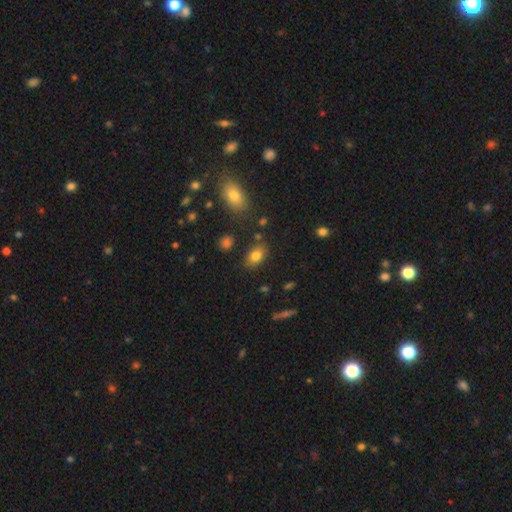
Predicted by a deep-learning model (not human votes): Smooth or featured? Predicted: smooth (p=0.80). How rounded? Predicted: in between (p=0.85). Merging? Predicted: none (p=0.79).